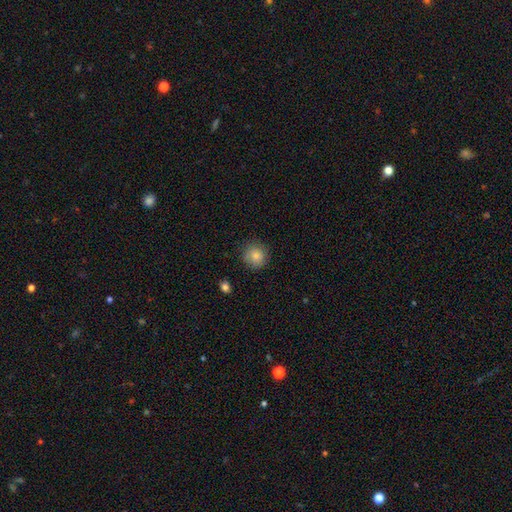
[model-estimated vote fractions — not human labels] A smooth galaxy with no disk features (84%) that is round (91%). Merging: none (83%).